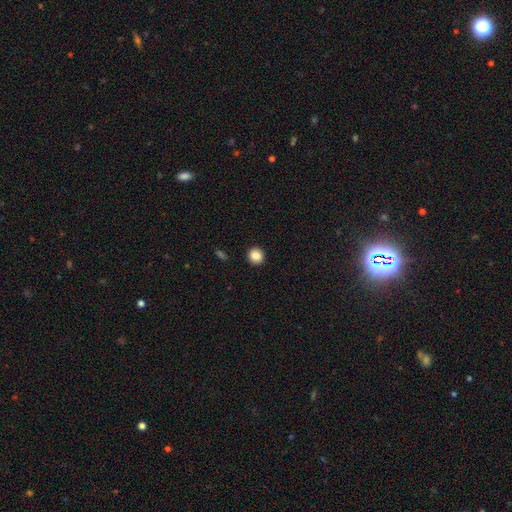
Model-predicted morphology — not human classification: smooth_or_featured: smooth (p=0.87) [alt: star or artifact p=0.10]
how_rounded: round (p=0.91) [alt: in between p=0.08]
merging: none (p=0.92) [alt: minor disturbance p=0.05]